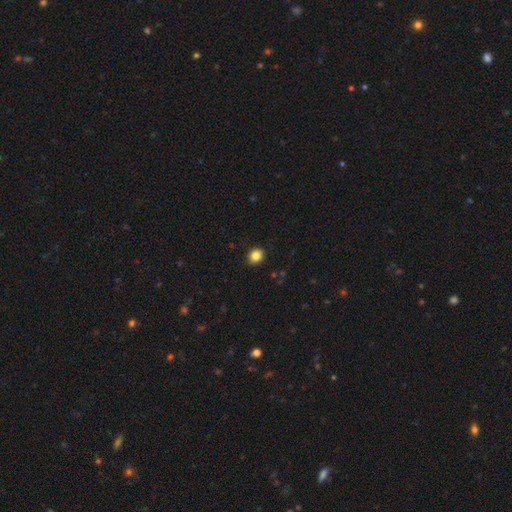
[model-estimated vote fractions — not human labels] smooth-or-featured: smooth: 84% | star or artifact: 10% | featured or disk: 5%
  how-rounded: round: 70% | in between: 29% | cigar-shaped: 1%
  merging: none: 91% | minor disturbance: 7% | major disturbance: 2% | merger: 1%